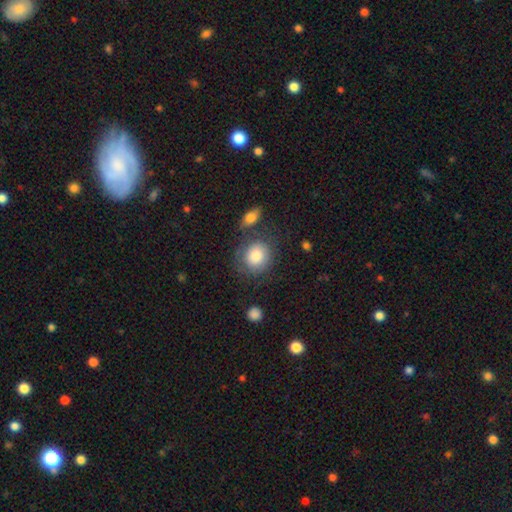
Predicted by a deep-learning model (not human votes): Smooth or featured? smooth (79%)
How rounded? round (75%)
Merging? none (64%)